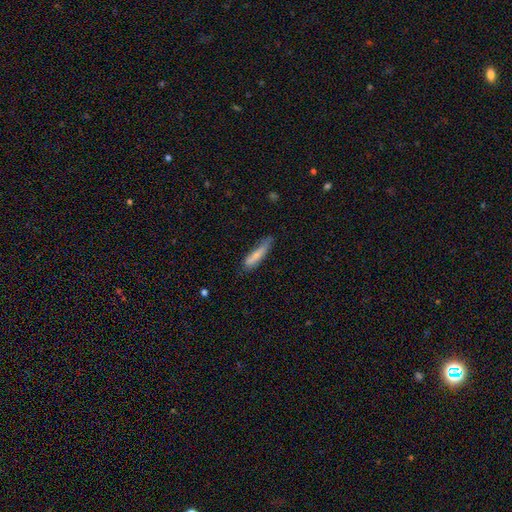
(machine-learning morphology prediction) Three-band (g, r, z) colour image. It shows a smooth galaxy with no disk features (73%) that is cigar-shaped (80%). Merging: none (60%).